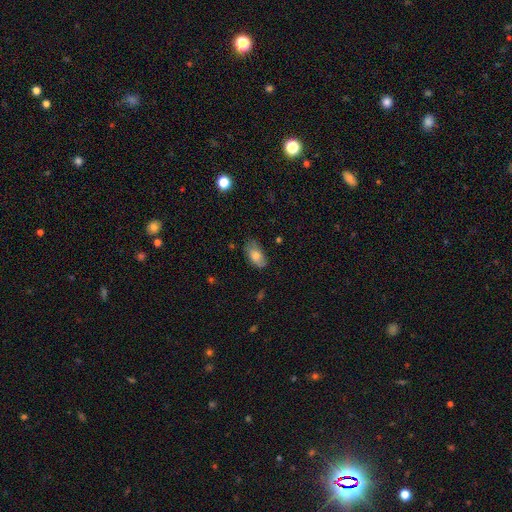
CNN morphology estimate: A smooth galaxy with no disk features (74%) that is in between round and cigar-shaped (92%).

Vote fractions:
- Smooth or featured? smooth: 74% / featured or disk: 19% / star or artifact: 7%
- How rounded? in between: 92% / round: 4% / cigar-shaped: 4%
- Merging? none: 67% / minor disturbance: 26% / major disturbance: 6% / merger: 2%